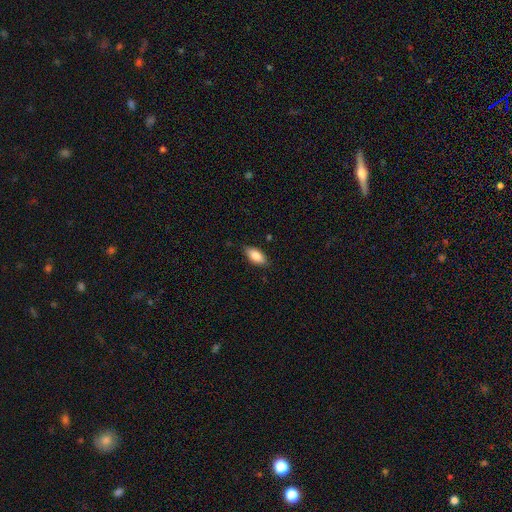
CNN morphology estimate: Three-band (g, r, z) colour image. It shows a smooth galaxy with no disk features (83%) that is in between round and cigar-shaped (89%). Merging: none (84%).